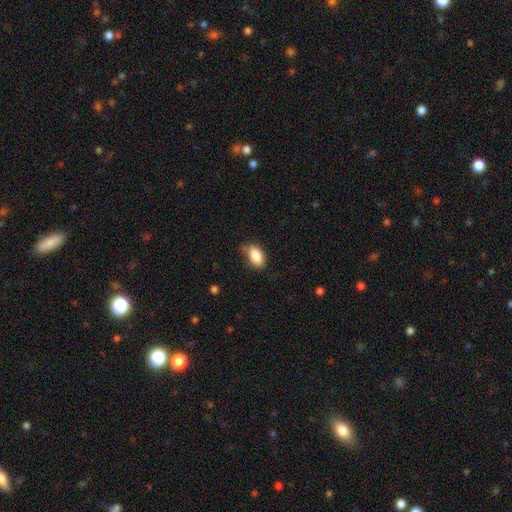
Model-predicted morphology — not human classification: Smooth or featured: smooth — 86% (star or artifact — 7%)
How rounded: in between — 91% (round — 7%)
Merging: none — 65% (minor disturbance — 28%)